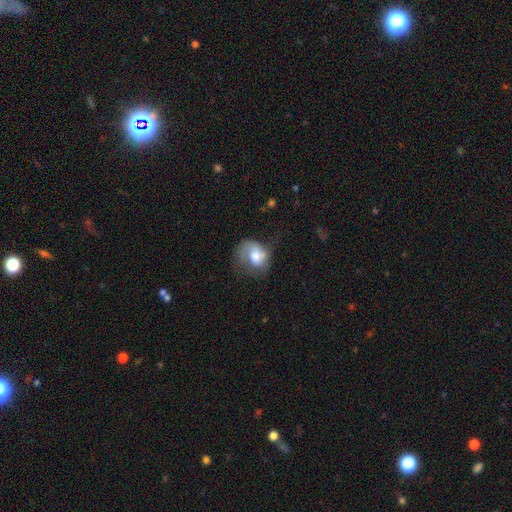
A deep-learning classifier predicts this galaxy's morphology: smooth 52%, featured or disk 40%, star or artifact 8%. Down the decision tree: how rounded — in between (53%); merging — major disturbance (37%).